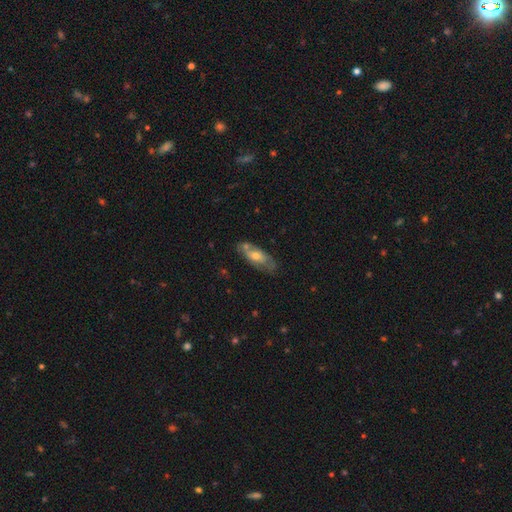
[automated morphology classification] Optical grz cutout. It shows a featured or disk galaxy (51%). Merging: none (62%).